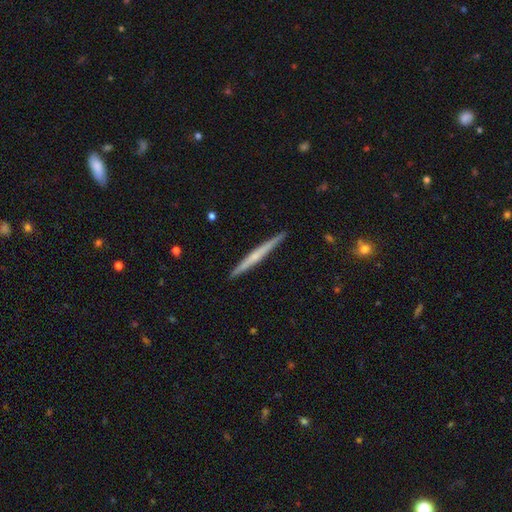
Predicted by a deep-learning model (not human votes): This appears to be a featured or disk galaxy (59%) viewed edge-on (98%) with no central bulge (55%). Merging: none (92%).